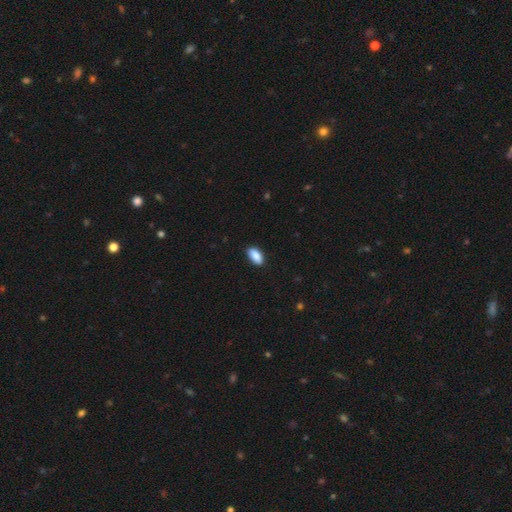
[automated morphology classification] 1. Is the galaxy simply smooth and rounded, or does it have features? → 89% smooth, 7% star or artifact, 5% featured or disk.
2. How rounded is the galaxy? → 91% in between, 6% cigar-shaped, 2% round.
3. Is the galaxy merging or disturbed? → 87% none, 10% minor disturbance, 2% major disturbance, 1% merger.